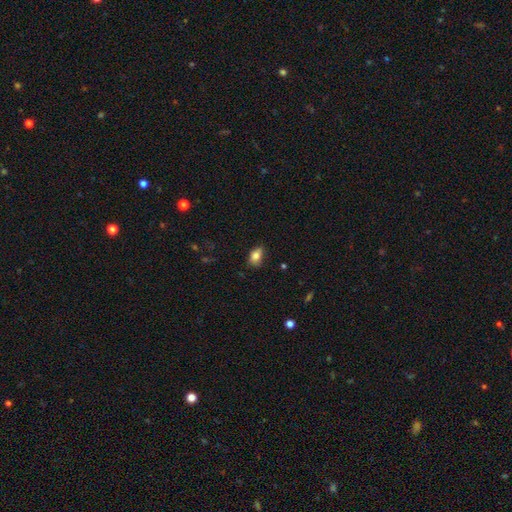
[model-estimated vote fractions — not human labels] Smooth or featured: smooth — 82% (featured or disk — 9%)
How rounded: in between — 82% (round — 15%)
Merging: none — 59% (minor disturbance — 32%)